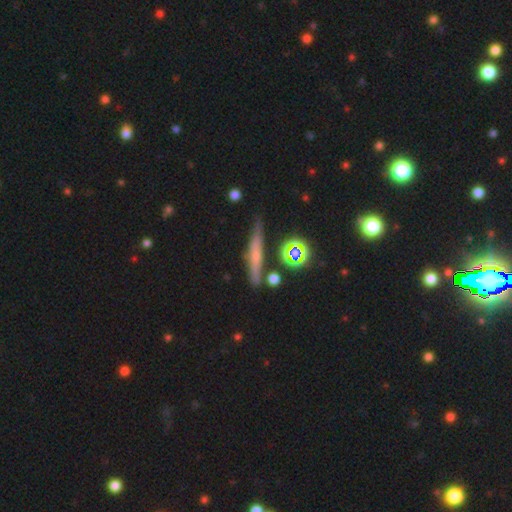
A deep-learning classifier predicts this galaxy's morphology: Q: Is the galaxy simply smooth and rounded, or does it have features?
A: smooth — 44%.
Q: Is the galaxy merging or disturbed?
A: none — 77%.